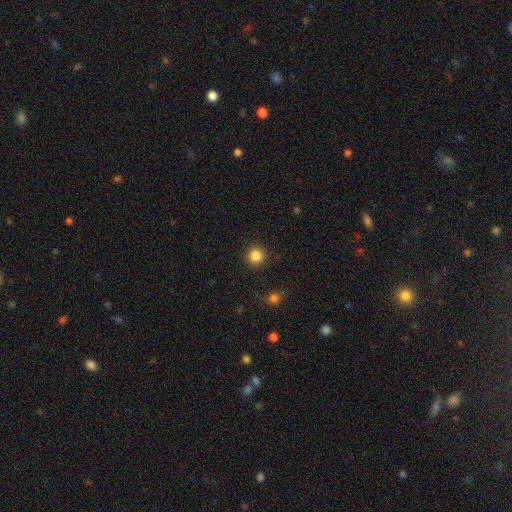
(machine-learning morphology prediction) A smooth galaxy with no disk features (85%) that is round (94%). Merging: none (91%).